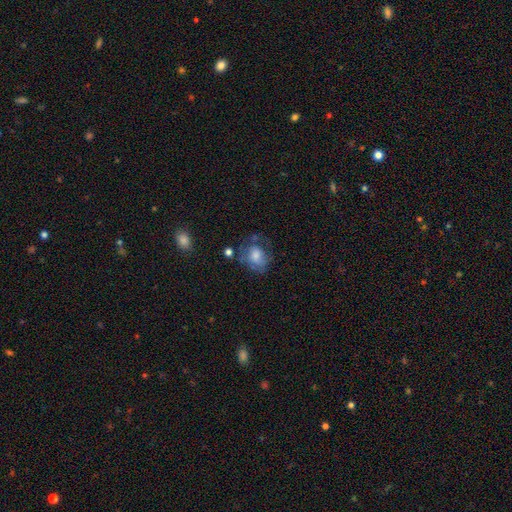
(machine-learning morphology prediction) type=smooth (57%); roundness=in between (51%); merging=none (43%).